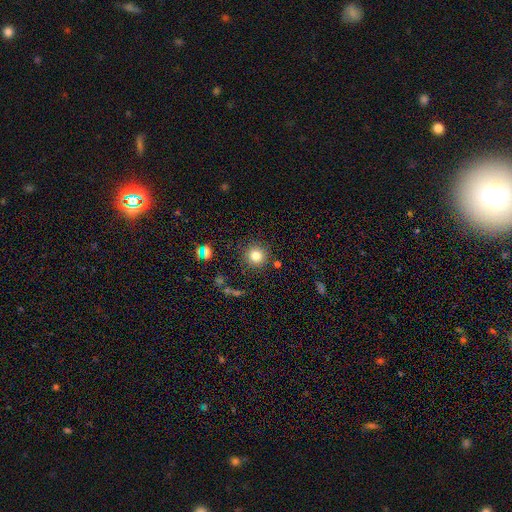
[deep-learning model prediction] Smooth or featured: smooth — 79% (star or artifact — 14%)
How rounded: round — 94% (in between — 5%)
Merging: none — 86% (minor disturbance — 7%)